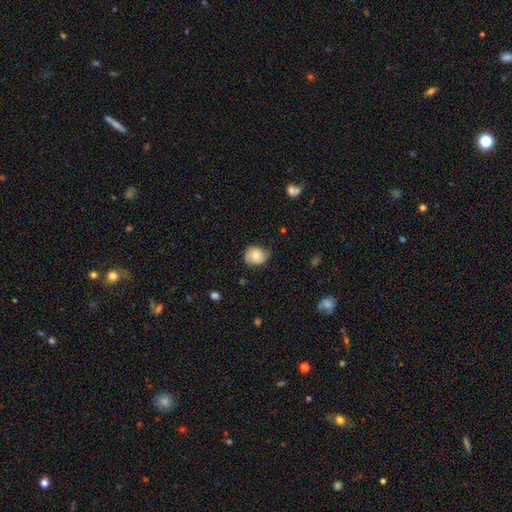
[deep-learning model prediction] A smooth galaxy with no disk features (61%) that is round (69%). Merging: none (70%).